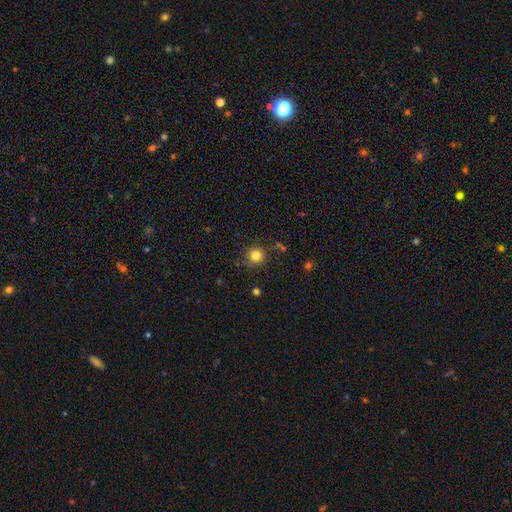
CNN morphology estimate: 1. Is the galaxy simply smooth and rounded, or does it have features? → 82% smooth, 13% star or artifact, 6% featured or disk.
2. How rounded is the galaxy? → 92% round, 7% in between, 1% cigar-shaped.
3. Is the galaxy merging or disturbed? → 84% none, 10% minor disturbance, 3% major disturbance, 2% merger.